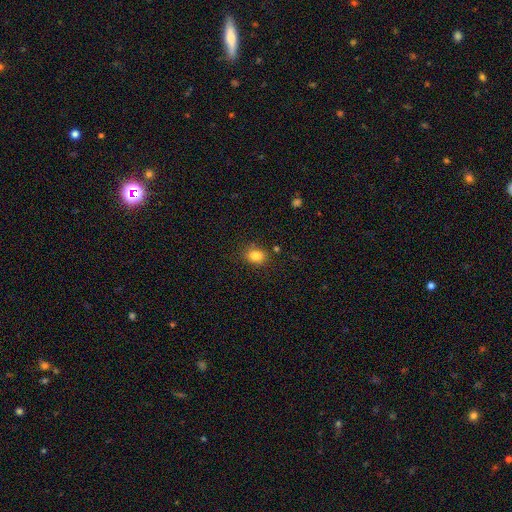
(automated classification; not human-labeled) A smooth galaxy with no disk features (83%) that is in between round and cigar-shaped (61%). Merging: none (80%).